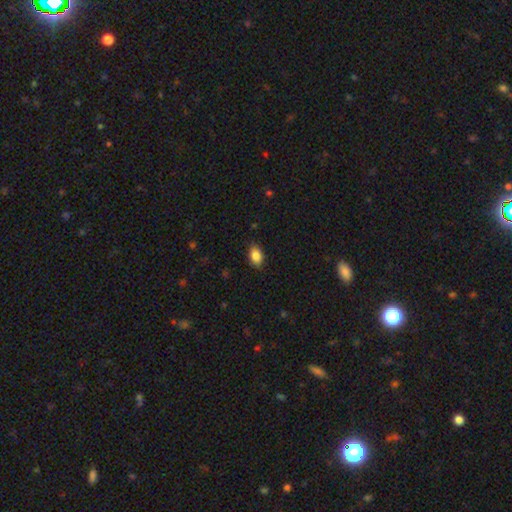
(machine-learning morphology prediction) A smooth galaxy with no disk features (87%) that is in between round and cigar-shaped (88%).

Vote fractions:
- Smooth or featured? smooth: 87% / star or artifact: 8% / featured or disk: 5%
- How rounded? in between: 88% / round: 11% / cigar-shaped: 2%
- Merging? none: 84% / minor disturbance: 12% / major disturbance: 2% / merger: 1%